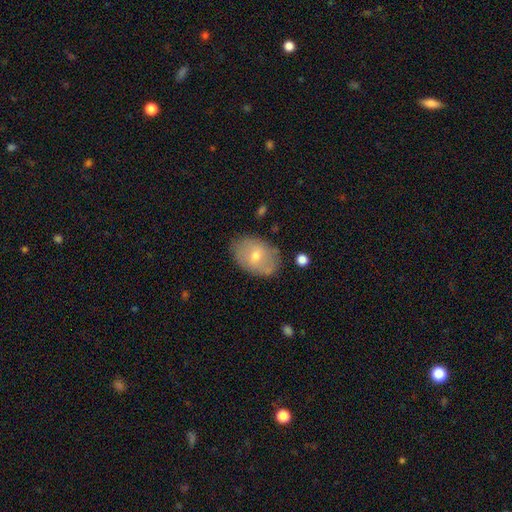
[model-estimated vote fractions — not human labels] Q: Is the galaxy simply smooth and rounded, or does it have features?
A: smooth — 59%.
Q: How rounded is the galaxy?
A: in between — 82%.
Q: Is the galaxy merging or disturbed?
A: none — 77%.